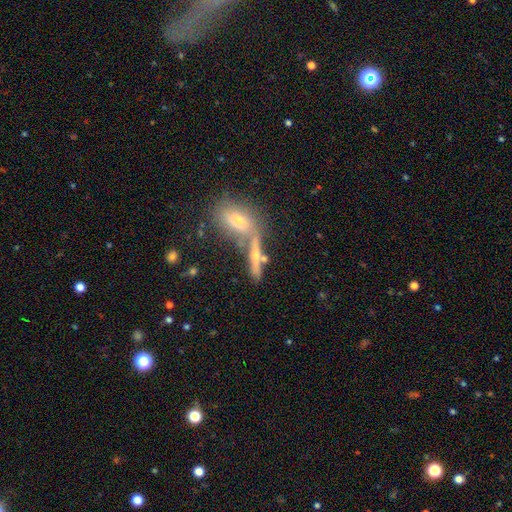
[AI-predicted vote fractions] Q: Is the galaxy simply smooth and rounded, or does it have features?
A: featured or disk — 50%.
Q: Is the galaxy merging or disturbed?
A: none — 50%.